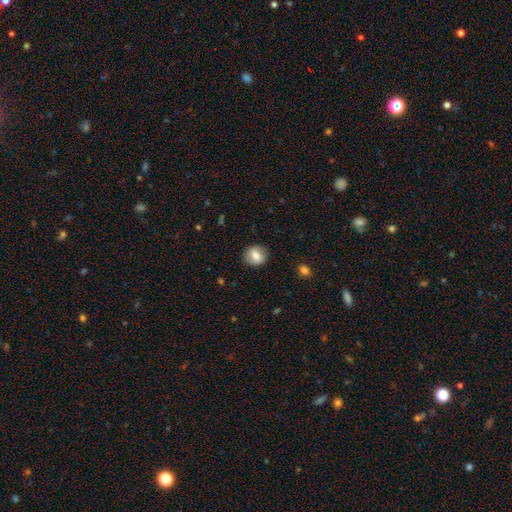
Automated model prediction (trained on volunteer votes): Q: Smooth or featured?
A: smooth (73%); runner-up: featured or disk (19%)
Q: How rounded?
A: round (75%); runner-up: in between (24%)
Q: Merging?
A: none (86%); runner-up: minor disturbance (10%)